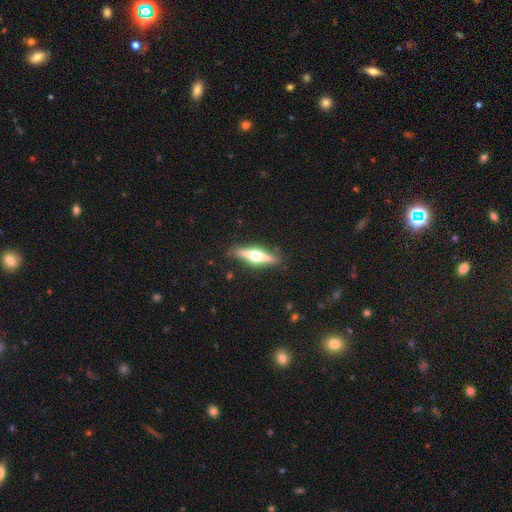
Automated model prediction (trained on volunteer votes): Smooth or featured? Predicted: featured or disk (p=0.67). Edge-on disk? Predicted: yes (p=0.96). Edge-on bulge? Predicted: rounded (p=0.95). Merging? Predicted: none (p=0.88).